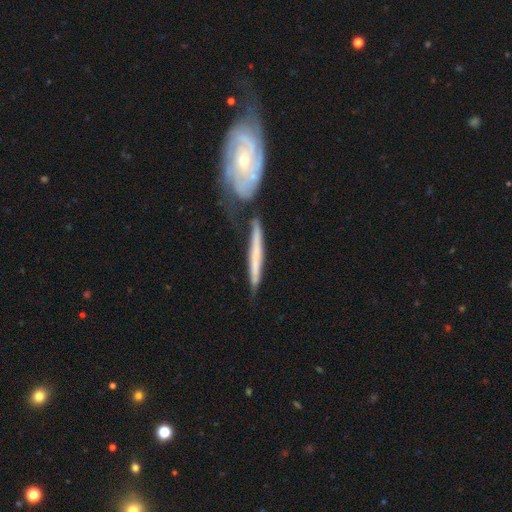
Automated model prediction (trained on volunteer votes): A featured or disk galaxy (53%) viewed edge-on (73%).

Vote fractions:
- Smooth or featured? featured or disk: 53% / smooth: 40% / star or artifact: 6%
- Edge-on disk? yes: 73% / no: 27%
- Merging? none: 57% / merger: 20% / minor disturbance: 18% / major disturbance: 6%